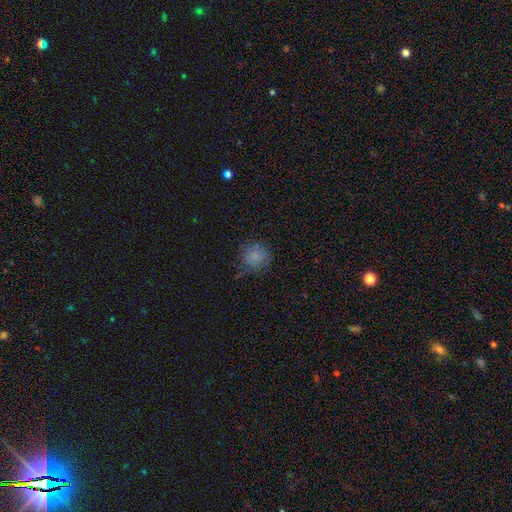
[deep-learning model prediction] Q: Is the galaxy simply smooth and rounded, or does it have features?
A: smooth — 73%.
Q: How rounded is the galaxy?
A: round — 87%.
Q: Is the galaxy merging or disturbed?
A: none — 72%.